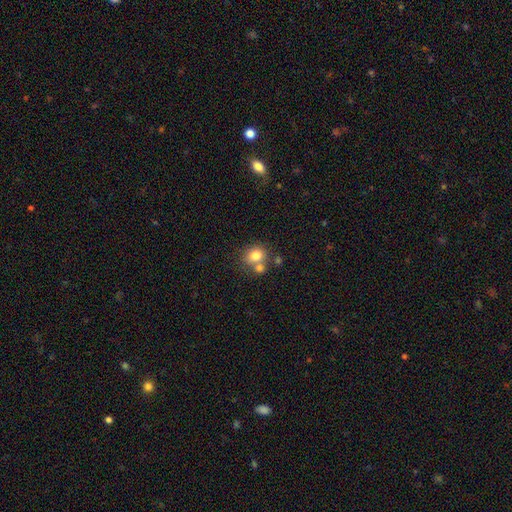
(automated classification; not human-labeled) smooth_or_featured: smooth (p=0.78) [alt: featured or disk p=0.11]
how_rounded: round (p=0.67) [alt: in between p=0.33]
merging: none (p=0.53) [alt: merger p=0.32]